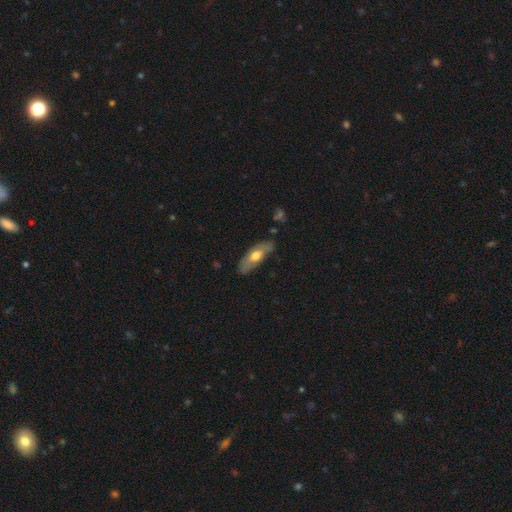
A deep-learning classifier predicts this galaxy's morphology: Overall: smooth (52%; featured or disk 43%). How rounded: in between (65%; cigar-shaped 32%). Merging: none (76%).